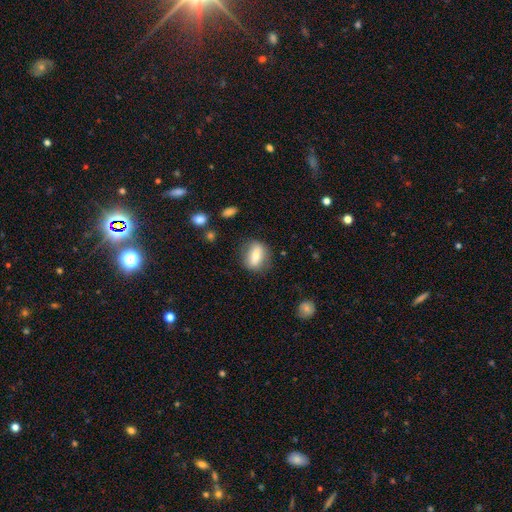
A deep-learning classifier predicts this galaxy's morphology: Overall: smooth (69%). How rounded: in between (64%; round 28%). Merging: none (80%).